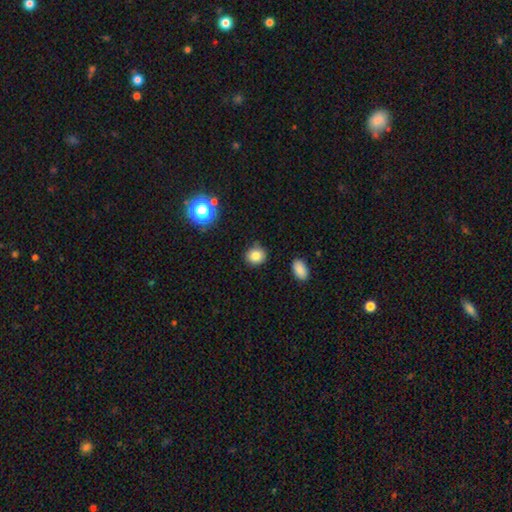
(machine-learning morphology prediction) This appears to be a smooth galaxy with no disk features (83%) that is round (80%). Merging: none (84%).